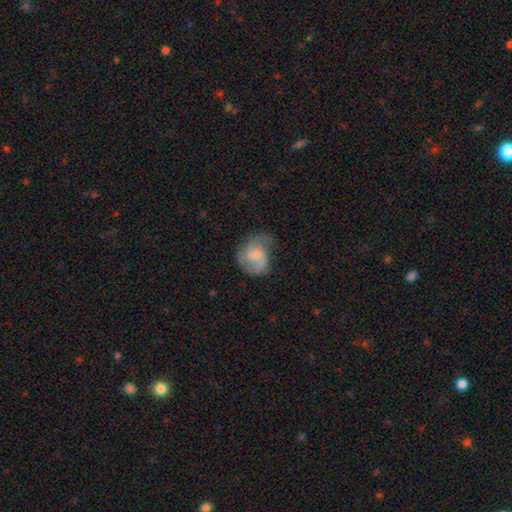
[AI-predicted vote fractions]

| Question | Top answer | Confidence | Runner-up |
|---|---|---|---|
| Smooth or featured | featured or disk | 57% | smooth (35%) |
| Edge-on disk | no | 98% | yes (2%) |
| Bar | no | 50% | weak (42%) |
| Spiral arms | yes | 87% | no (13%) |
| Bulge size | small | 42% | none (28%) |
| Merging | none | 45% | minor disturbance (30%) |